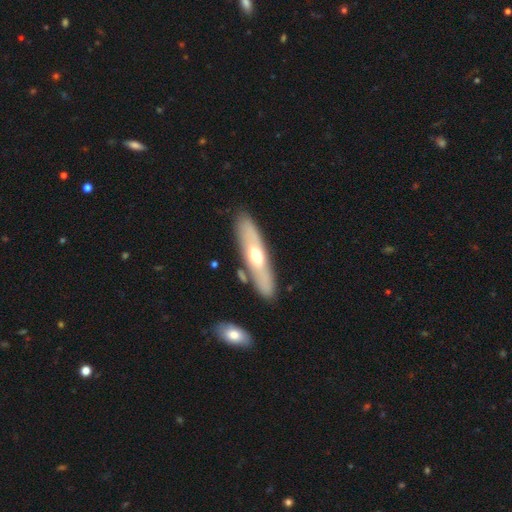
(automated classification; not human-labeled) featured or disk 49%, smooth 46%, star or artifact 6%. Down the decision tree: merging — none (82%).